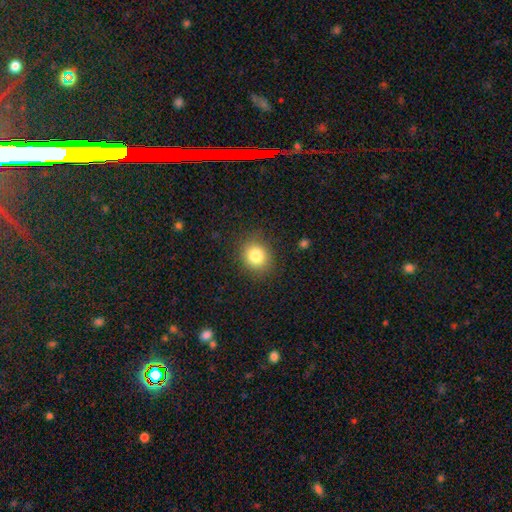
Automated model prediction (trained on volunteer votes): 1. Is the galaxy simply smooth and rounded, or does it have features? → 82% smooth, 11% star or artifact, 7% featured or disk.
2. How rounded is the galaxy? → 76% round, 24% in between, 1% cigar-shaped.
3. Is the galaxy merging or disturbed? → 86% none, 9% minor disturbance, 3% major disturbance, 1% merger.